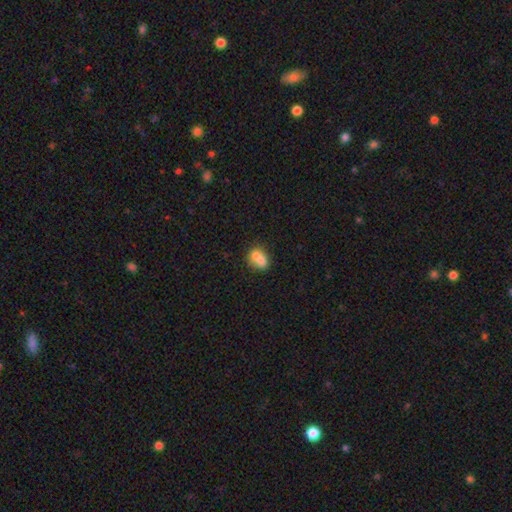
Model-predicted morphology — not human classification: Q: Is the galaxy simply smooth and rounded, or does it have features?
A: smooth — 73%.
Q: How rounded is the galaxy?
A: in between — 61%.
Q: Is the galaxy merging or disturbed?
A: merger — 54%.